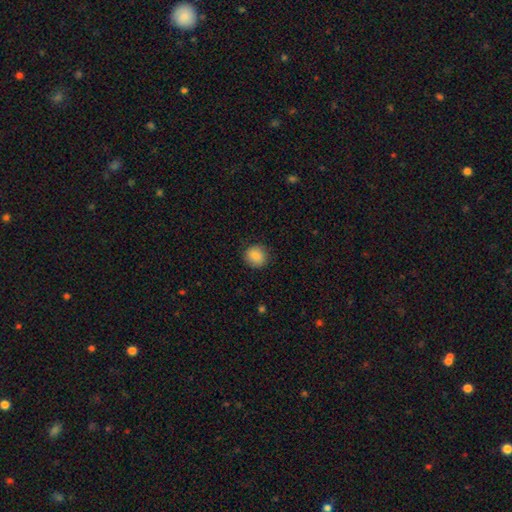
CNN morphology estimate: Smooth or featured?
  - smooth: 85% *
  - star or artifact: 8%
  - featured or disk: 6%
How rounded?
  - round: 88% *
  - in between: 11%
  - cigar-shaped: 1%
Merging?
  - none: 87% *
  - minor disturbance: 10%
  - major disturbance: 3%
  - merger: 1%